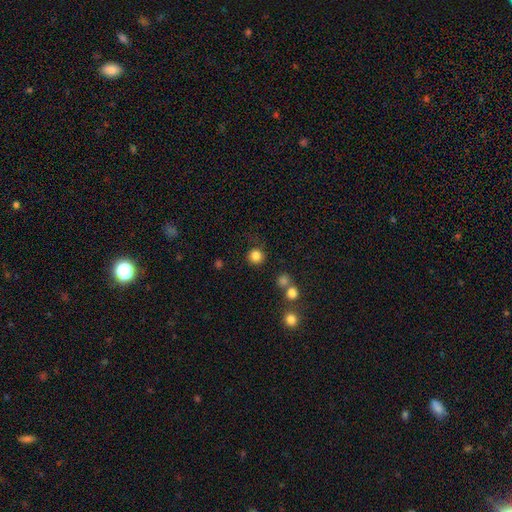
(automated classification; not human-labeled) Smooth or featured? Predicted: smooth (p=0.82). How rounded? Predicted: round (p=0.93). Merging? Predicted: none (p=0.82).